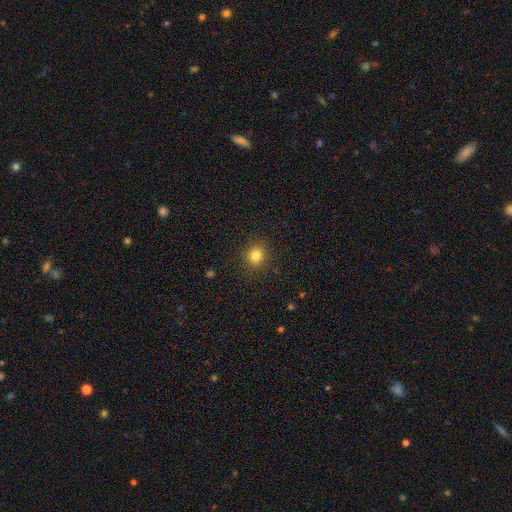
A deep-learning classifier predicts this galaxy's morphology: Smooth or featured: smooth — 81% (star or artifact — 13%)
How rounded: round — 87% (in between — 12%)
Merging: none — 90% (minor disturbance — 6%)